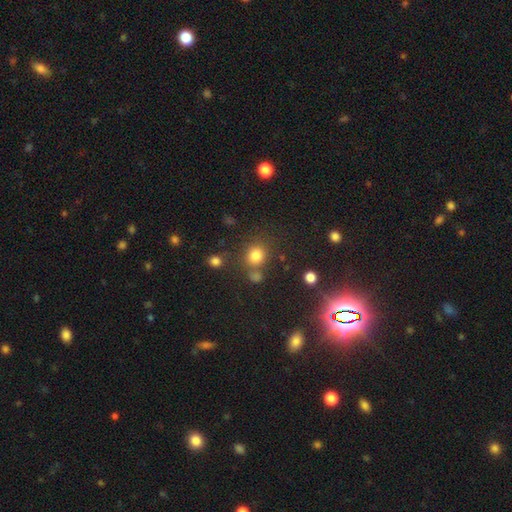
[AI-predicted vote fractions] Morphology: type=smooth (79%); roundness=round (84%); merging=none (69%).